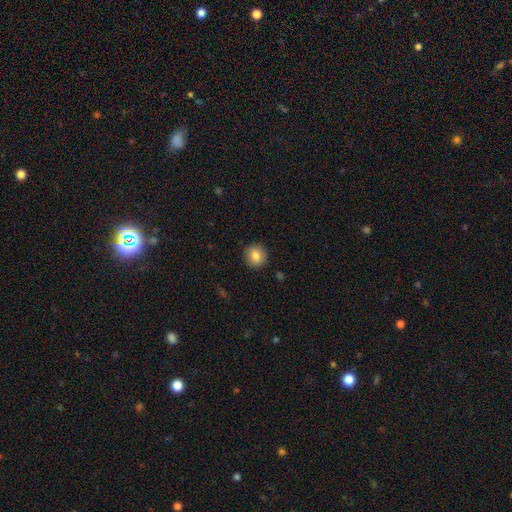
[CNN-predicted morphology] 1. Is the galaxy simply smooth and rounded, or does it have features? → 85% smooth, 9% star or artifact, 7% featured or disk.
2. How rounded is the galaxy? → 91% round, 9% in between, 1% cigar-shaped.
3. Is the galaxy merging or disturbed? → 90% none, 7% minor disturbance, 2% major disturbance, 1% merger.